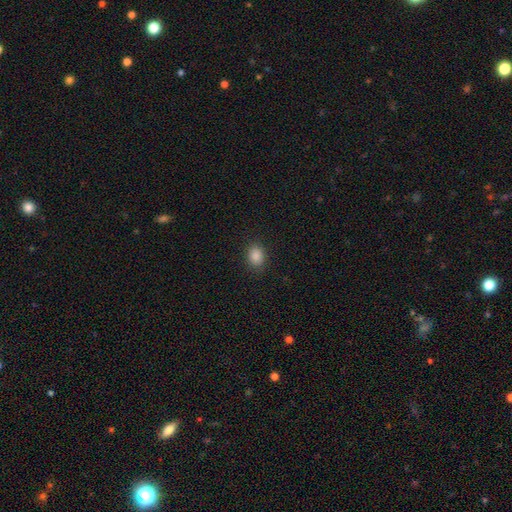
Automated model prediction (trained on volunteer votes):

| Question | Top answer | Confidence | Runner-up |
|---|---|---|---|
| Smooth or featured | smooth | 86% | star or artifact (10%) |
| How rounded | in between | 52% | round (47%) |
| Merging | none | 89% | minor disturbance (7%) |